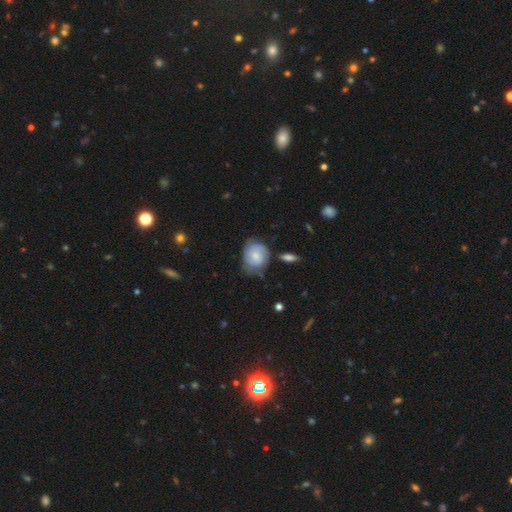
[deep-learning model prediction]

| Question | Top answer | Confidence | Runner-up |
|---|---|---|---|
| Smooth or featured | smooth | 57% | featured or disk (36%) |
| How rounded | round | 57% | in between (41%) |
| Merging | none | 57% | minor disturbance (30%) |